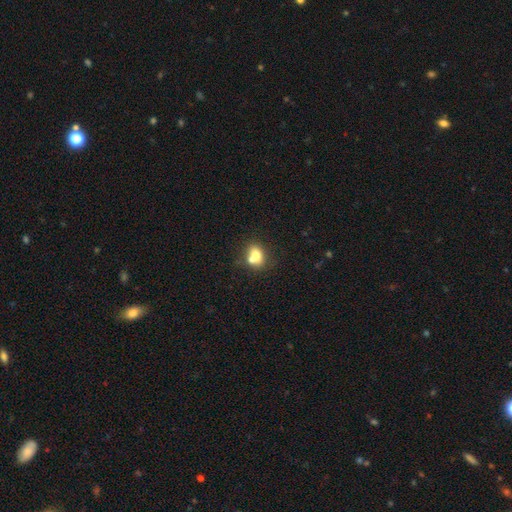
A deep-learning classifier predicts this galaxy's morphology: A smooth galaxy with no disk features (72%) that is in between round and cigar-shaped (57%). Merging: merger (43%).